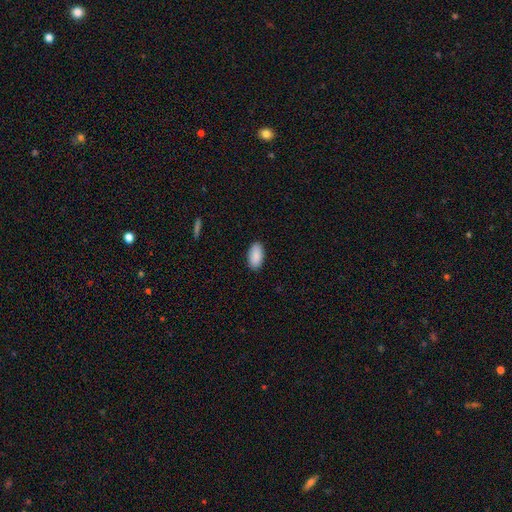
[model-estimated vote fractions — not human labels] smooth 90%, star or artifact 6%, featured or disk 4%. Down the decision tree: how rounded — in between (95%); merging — none (90%).